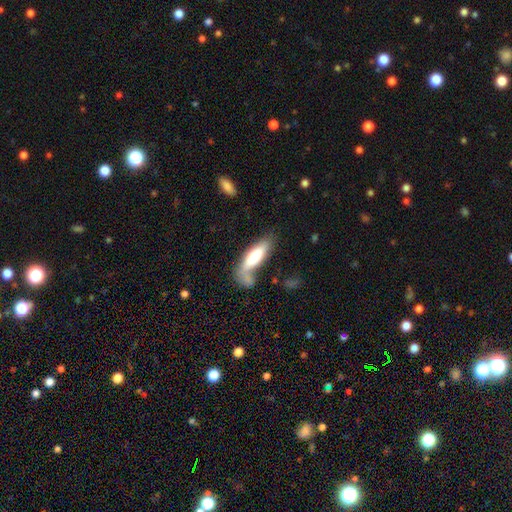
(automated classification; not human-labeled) Q: Smooth or featured?
A: smooth (71%); runner-up: featured or disk (23%)
Q: How rounded?
A: cigar-shaped (49%); tied with: in between (49%)
Q: Merging?
A: none (34%); runner-up: merger (26%)